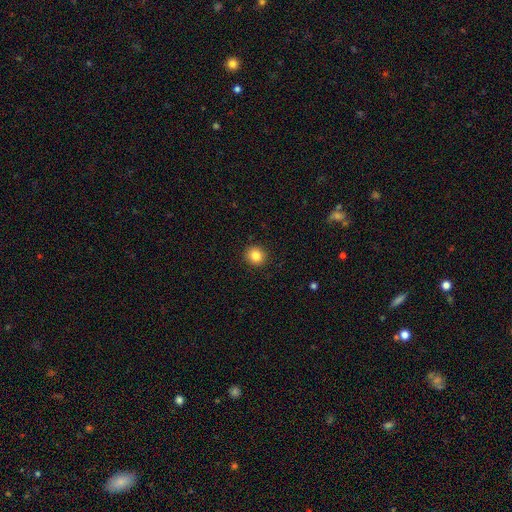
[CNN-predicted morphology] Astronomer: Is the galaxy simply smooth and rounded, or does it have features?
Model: smooth — 84%.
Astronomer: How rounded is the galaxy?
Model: round — 87%.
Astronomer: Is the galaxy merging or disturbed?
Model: none — 92%.